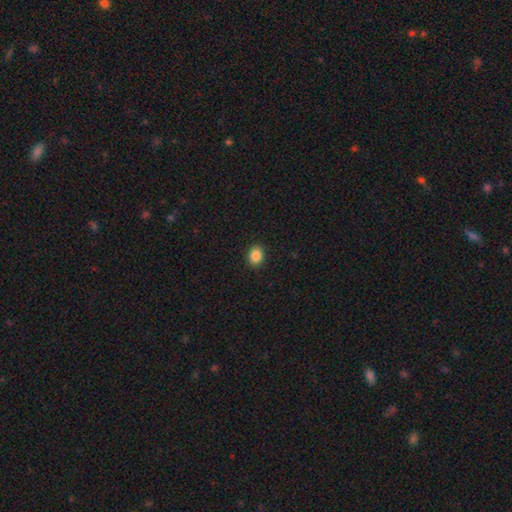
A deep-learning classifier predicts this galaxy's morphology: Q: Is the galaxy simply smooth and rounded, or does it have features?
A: smooth — 87%.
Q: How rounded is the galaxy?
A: in between — 50%.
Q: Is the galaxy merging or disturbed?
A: none — 90%.